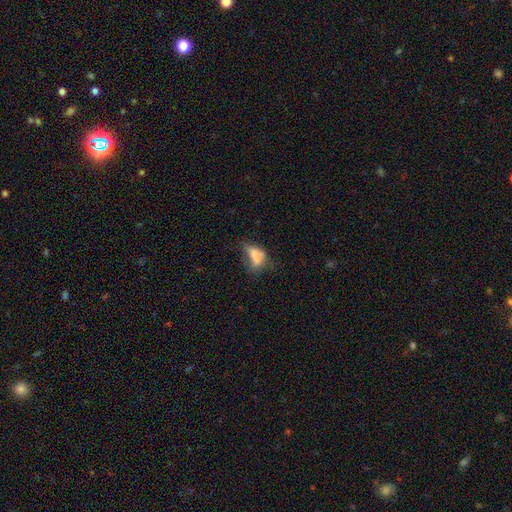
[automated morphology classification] This appears to be a smooth galaxy with no disk features (62%) that is in between round and cigar-shaped (82%). Merging: major disturbance (35%).